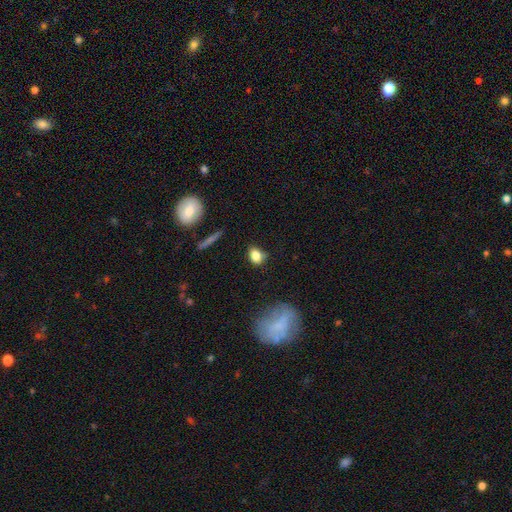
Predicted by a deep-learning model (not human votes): smooth-or-featured: smooth: 82% | star or artifact: 10% | featured or disk: 9%
  how-rounded: in between: 68% | round: 29% | cigar-shaped: 3%
  merging: none: 71% | minor disturbance: 20% | major disturbance: 5% | merger: 4%